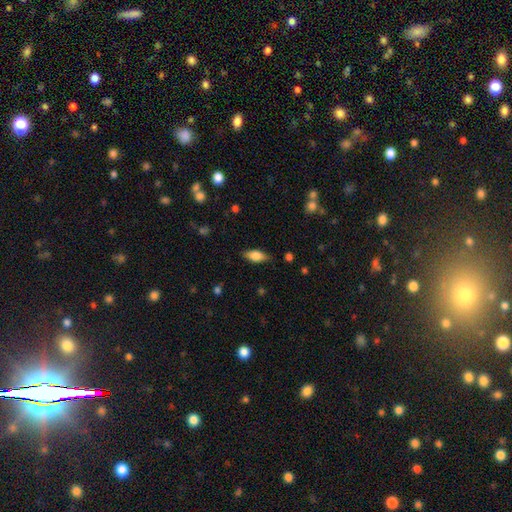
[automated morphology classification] This is likely a smooth galaxy (70%). How rounded: clearly in between (81%). Merging: clearly none (83%).